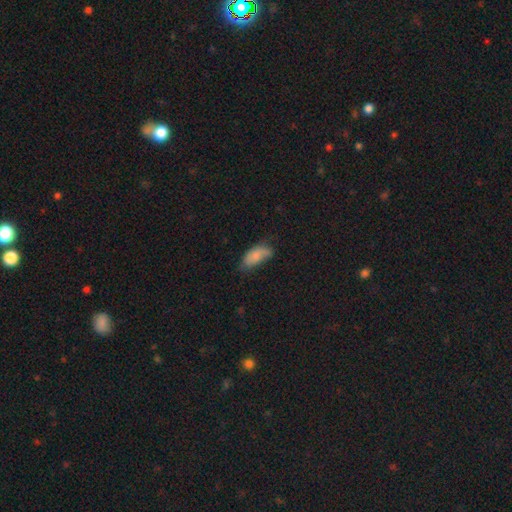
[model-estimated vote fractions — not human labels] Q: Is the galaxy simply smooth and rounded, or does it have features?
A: smooth — 76%.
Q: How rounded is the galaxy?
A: in between — 89%.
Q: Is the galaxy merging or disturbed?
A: none — 44%.